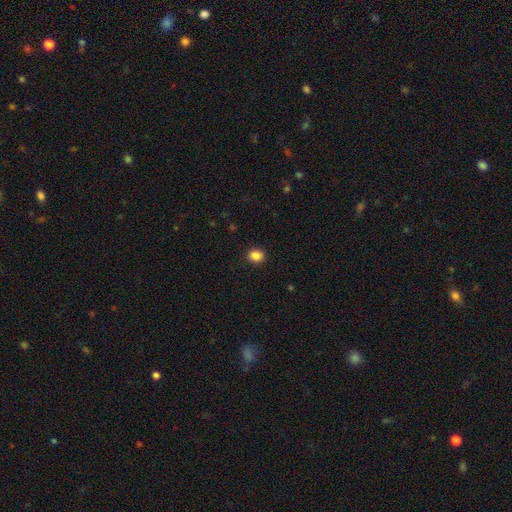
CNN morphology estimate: A smooth galaxy with no disk features (86%) that is round (63%).

Vote fractions:
- Smooth or featured? smooth: 86% / star or artifact: 10% / featured or disk: 4%
- How rounded? round: 63% / in between: 36% / cigar-shaped: 1%
- Merging? none: 91% / minor disturbance: 6% / major disturbance: 2% / merger: 1%